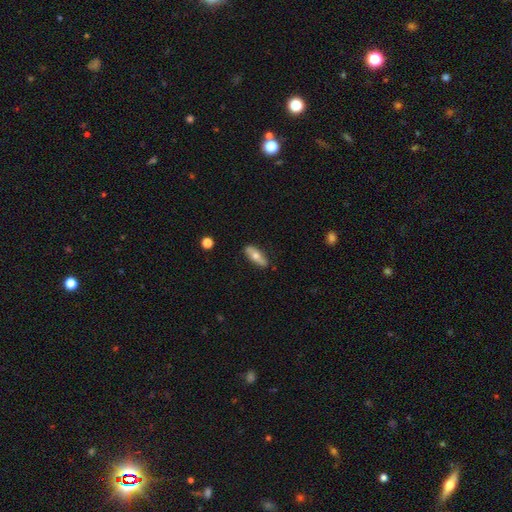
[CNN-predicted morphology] smooth-or-featured: smooth: 58% | featured or disk: 36% | star or artifact: 6%
  how-rounded: in between: 60% | cigar-shaped: 37% | round: 3%
  merging: none: 84% | minor disturbance: 12% | major disturbance: 2% | merger: 1%